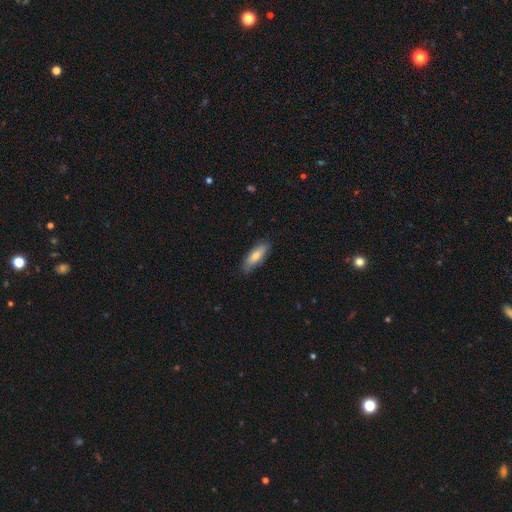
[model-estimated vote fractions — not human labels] Smooth or featured? smooth (75%)
How rounded? in between (55%)
Merging? none (81%)